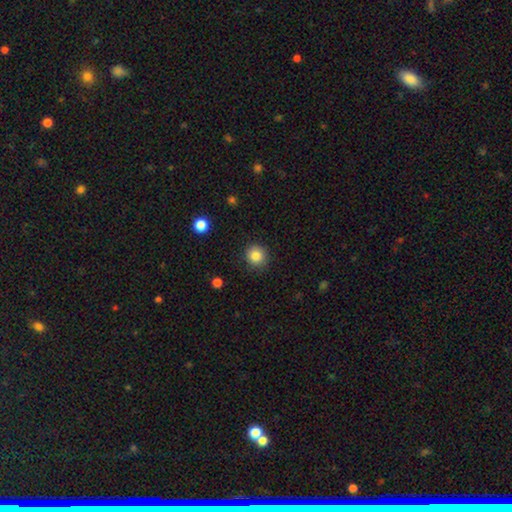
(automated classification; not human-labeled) Q: Smooth or featured?
A: smooth (84%); runner-up: star or artifact (10%)
Q: How rounded?
A: round (92%); runner-up: in between (8%)
Q: Merging?
A: none (89%); runner-up: minor disturbance (8%)